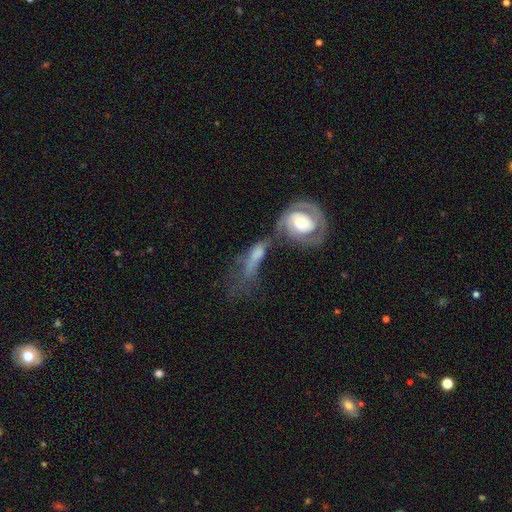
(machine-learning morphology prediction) type=featured or disk (64%); edge-on=no (88%); bar=no (62%); spiral arms=yes (71%); bulge=moderate (60%); merging=merger (52%).